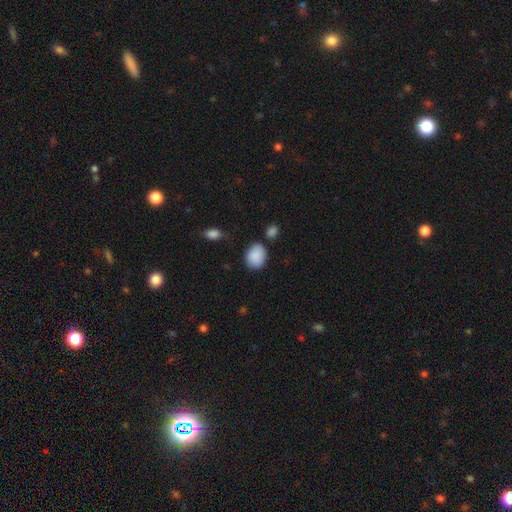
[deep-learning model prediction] Smooth or featured? smooth (89%)
How rounded? in between (62%)
Merging? none (72%)